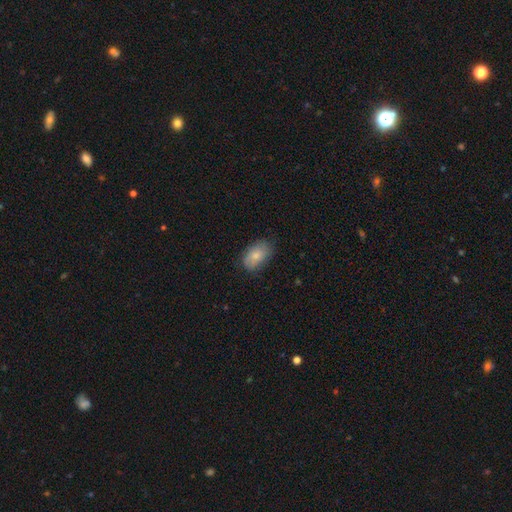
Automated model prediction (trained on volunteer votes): Smooth or featured? smooth (73%)
How rounded? in between (91%)
Merging? none (71%)